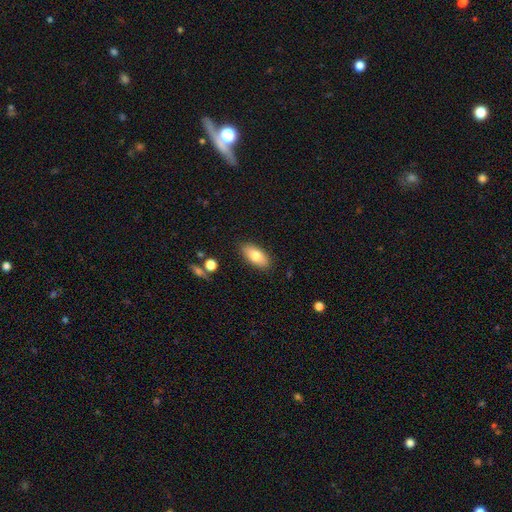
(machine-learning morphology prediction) A smooth galaxy with no disk features (79%) that is in between round and cigar-shaped (87%).

Vote fractions:
- Smooth or featured? smooth: 79% / featured or disk: 14% / star or artifact: 7%
- How rounded? in between: 87% / cigar-shaped: 10% / round: 3%
- Merging? none: 86% / minor disturbance: 10% / major disturbance: 2% / merger: 2%